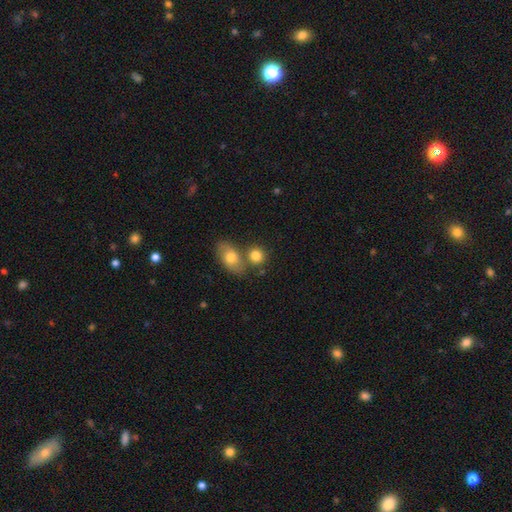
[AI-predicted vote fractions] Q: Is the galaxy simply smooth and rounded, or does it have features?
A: smooth — 81%.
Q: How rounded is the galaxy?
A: round — 68%.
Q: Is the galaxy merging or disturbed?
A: none — 55%.